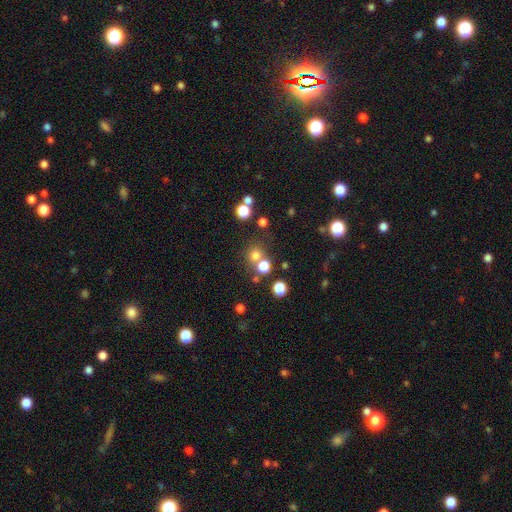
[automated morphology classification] Smooth or featured?
  - smooth: 72% *
  - star or artifact: 20%
  - featured or disk: 8%
How rounded?
  - round: 88% *
  - in between: 11%
  - cigar-shaped: 1%
Merging?
  - none: 62% *
  - merger: 26%
  - minor disturbance: 8%
  - major disturbance: 4%